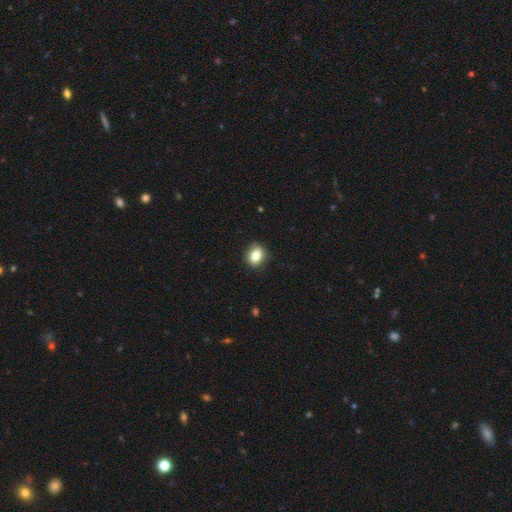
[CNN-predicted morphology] Smooth or featured: smooth — 80% (star or artifact — 10%)
How rounded: round — 54% (in between — 45%)
Merging: none — 86% (minor disturbance — 11%)